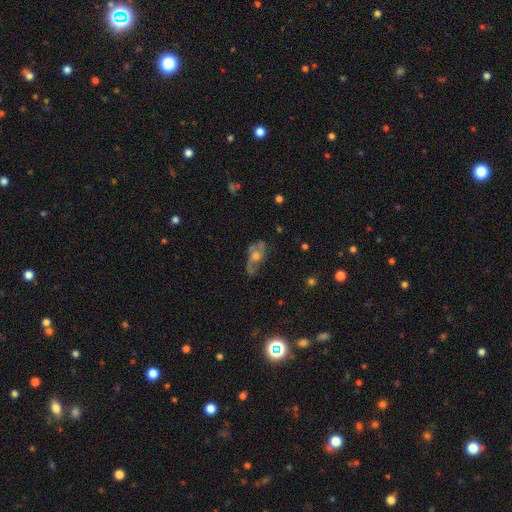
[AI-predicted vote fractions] smooth-or-featured: featured or disk: 59% | smooth: 28% | star or artifact: 13%
  disk-edge-on: no: 88% | yes: 12%
    bar: no: 76% | weak: 20% | strong: 4%
    has-spiral-arms: yes: 68% | no: 32%
    bulge-size: moderate: 62% | small: 21% | large: 12% | none: 4% | dominant: 2%
  merging: none: 57% | minor disturbance: 25% | major disturbance: 15% | merger: 3%